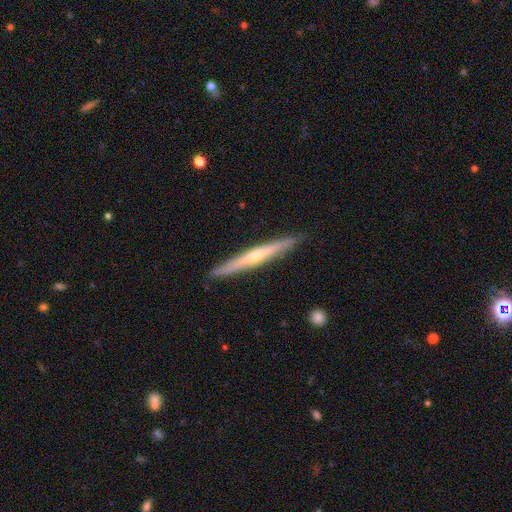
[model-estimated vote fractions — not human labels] featured or disk 68%, smooth 26%, star or artifact 6%. Down the decision tree: edge-on disk — yes (97%); edge-on bulge — rounded (75%); merging — none (91%).